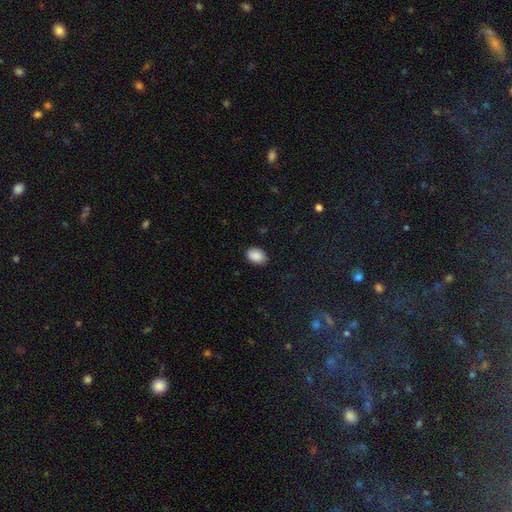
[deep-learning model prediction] smooth 90%, star or artifact 7%, featured or disk 3%. Down the decision tree: how rounded — in between (82%); merging — none (86%).